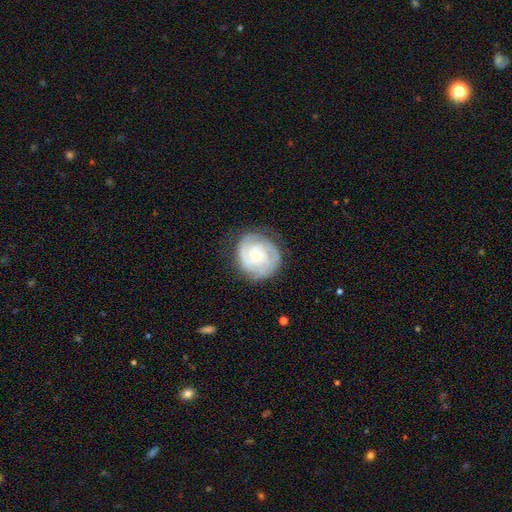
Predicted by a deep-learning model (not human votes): Morphology: type=featured or disk (72%); edge-on=no (98%); bar=no (74%); spiral arms=yes (90%); winding=tight (65%); arm count=can't tell (35%); bulge=small (59%); merging=none (73%).